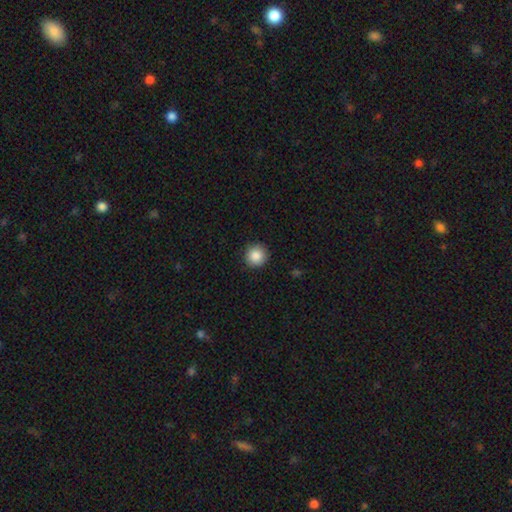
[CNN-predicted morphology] Smooth or featured? Predicted: smooth (p=0.88). How rounded? Predicted: round (p=0.95). Merging? Predicted: none (p=0.92).